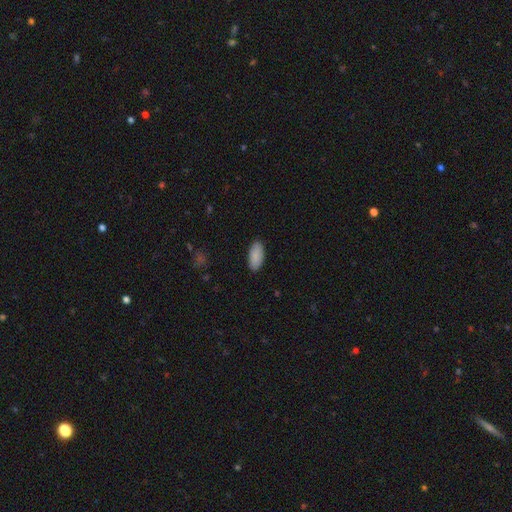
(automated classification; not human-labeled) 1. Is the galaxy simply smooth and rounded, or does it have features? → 88% smooth, 6% star or artifact, 6% featured or disk.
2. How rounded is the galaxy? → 93% in between, 5% cigar-shaped, 2% round.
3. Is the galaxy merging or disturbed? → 89% none, 8% minor disturbance, 2% major disturbance, 1% merger.